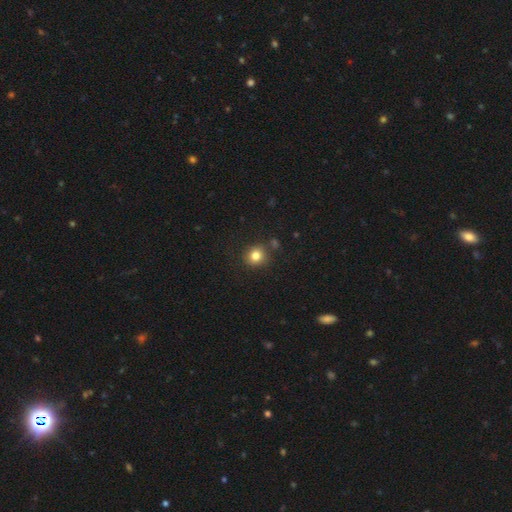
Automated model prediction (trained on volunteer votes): Smooth or featured? smooth (82%)
How rounded? round (87%)
Merging? none (82%)